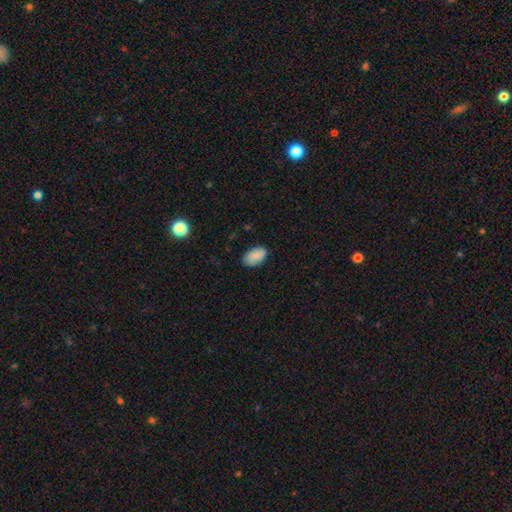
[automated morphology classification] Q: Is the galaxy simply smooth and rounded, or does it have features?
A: smooth — 84%.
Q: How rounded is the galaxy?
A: in between — 92%.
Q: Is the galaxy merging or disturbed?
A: none — 82%.